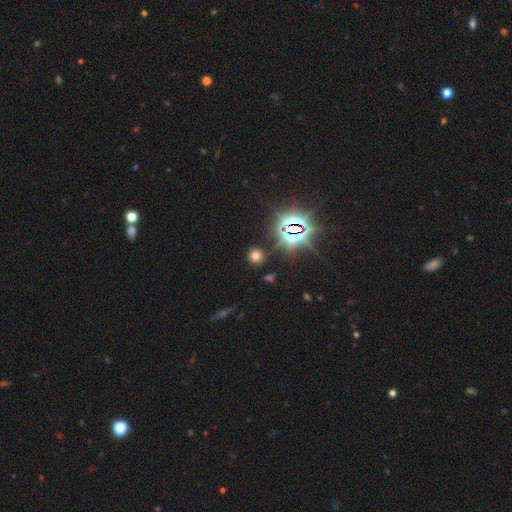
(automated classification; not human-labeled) A smooth galaxy with no disk features (59%) that is round (85%). Merging: none (87%).